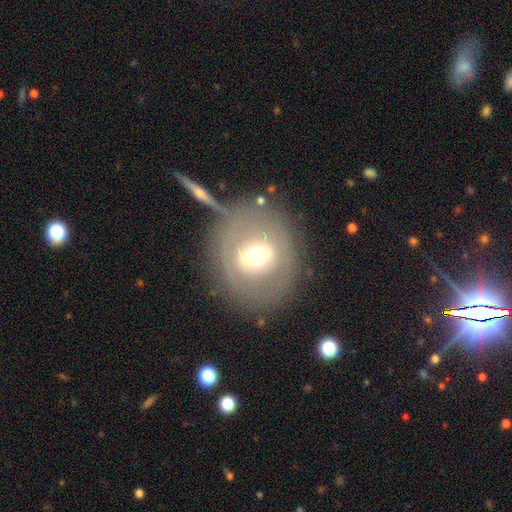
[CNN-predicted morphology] Smooth or featured? featured or disk (48%)
Merging? none (69%)